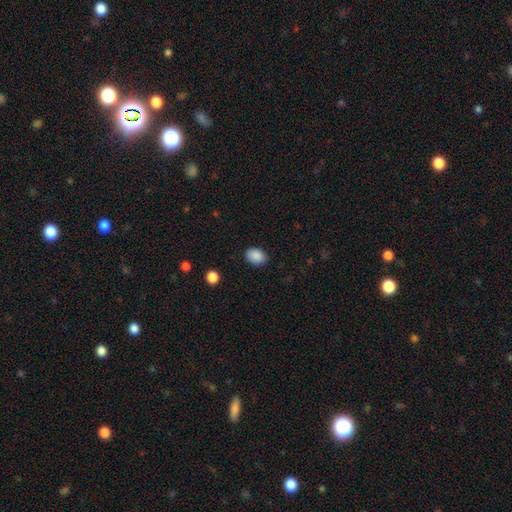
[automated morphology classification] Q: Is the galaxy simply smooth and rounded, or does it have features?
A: smooth — 89%.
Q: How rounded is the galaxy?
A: in between — 69%.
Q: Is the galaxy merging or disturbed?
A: none — 86%.